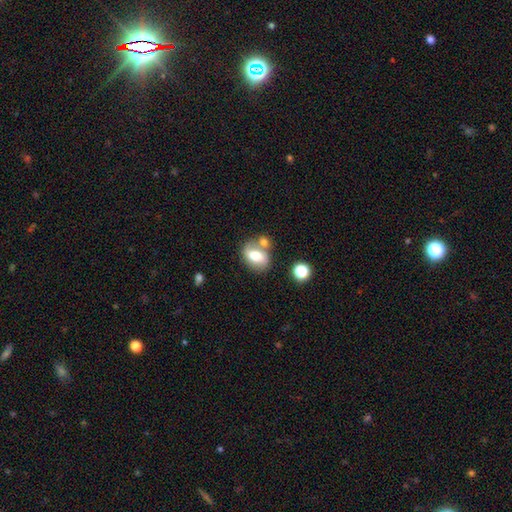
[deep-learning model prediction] A smooth galaxy with no disk features (62%) that is in between round and cigar-shaped (68%).

Vote fractions:
- Smooth or featured? smooth: 62% / featured or disk: 29% / star or artifact: 9%
- How rounded? in between: 68% / round: 30% / cigar-shaped: 2%
- Merging? none: 54% / merger: 25% / minor disturbance: 16% / major disturbance: 6%